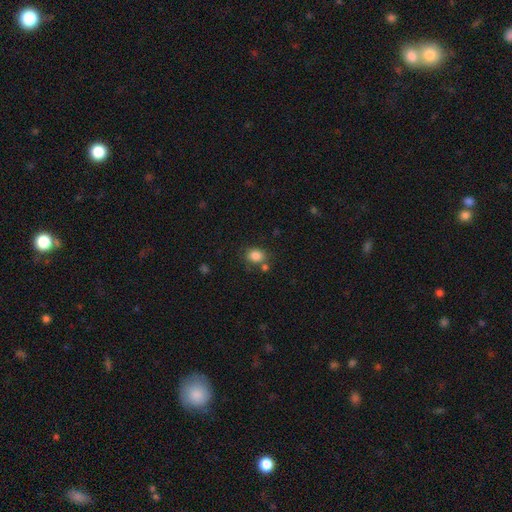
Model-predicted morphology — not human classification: A smooth galaxy with no disk features (85%) that is round (53%).

Vote fractions:
- Smooth or featured? smooth: 85% / star or artifact: 10% / featured or disk: 5%
- How rounded? round: 53% / in between: 46% / cigar-shaped: 1%
- Merging? none: 70% / merger: 13% / minor disturbance: 13% / major disturbance: 4%